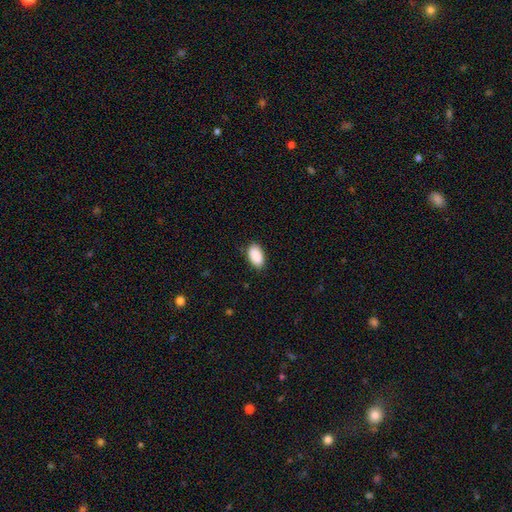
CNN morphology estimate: The model was most divided on "merging": none: 84%, minor disturbance: 13%, major disturbance: 2%, merger: 1%. More confident: how rounded — in between (94%); smooth or featured — smooth (90%).